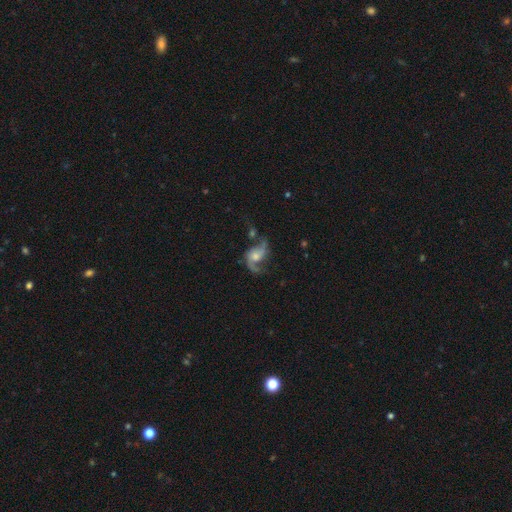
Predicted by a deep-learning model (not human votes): smooth_or_featured: featured or disk (p=0.82) [alt: smooth p=0.11]
disk_edge_on: no (p=0.97) [alt: yes p=0.03]
bar: no (p=0.62) [alt: weak p=0.30]
has_spiral_arms: yes (p=0.94) [alt: no p=0.06]
spiral_winding: loose (p=0.69) [alt: medium p=0.26]
spiral_arm_count: 2 (p=0.87) [alt: 1 p=0.07]
bulge_size: moderate (p=0.49) [alt: small p=0.34]
merging: none (p=0.49) [alt: major disturbance p=0.21]